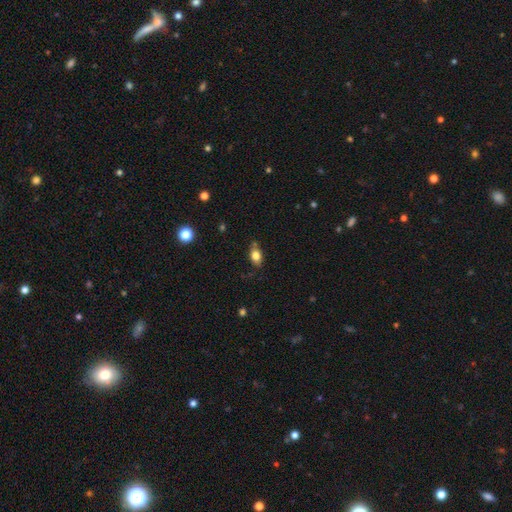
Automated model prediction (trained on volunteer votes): A smooth galaxy with no disk features (81%) that is in between round and cigar-shaped (78%).

Vote fractions:
- Smooth or featured? smooth: 81% / star or artifact: 10% / featured or disk: 9%
- How rounded? in between: 78% / round: 20% / cigar-shaped: 2%
- Merging? none: 75% / minor disturbance: 17% / merger: 5% / major disturbance: 3%